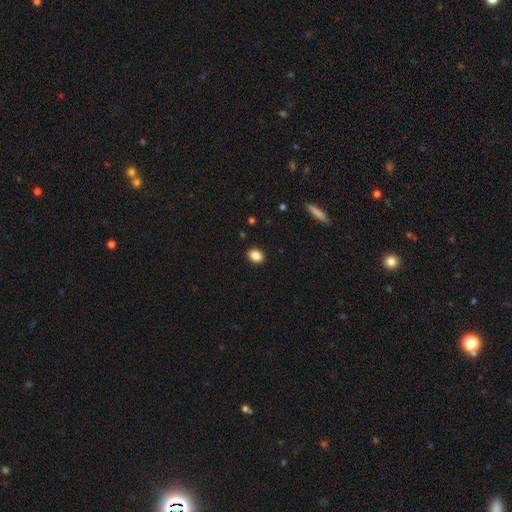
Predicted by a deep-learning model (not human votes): The model was most divided on "how rounded": in between: 69%, round: 30%, cigar-shaped: 1%. More confident: merging — none (90%); smooth or featured — smooth (87%).